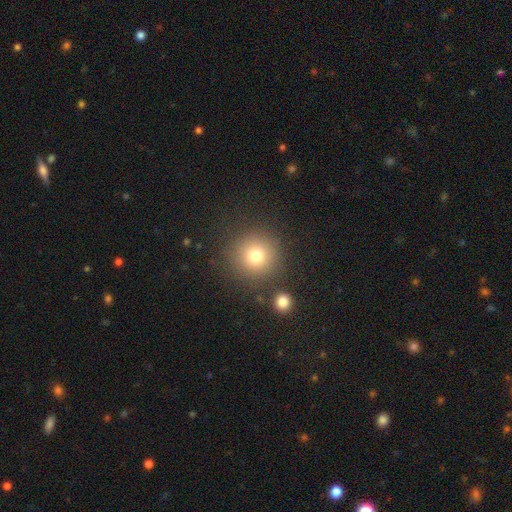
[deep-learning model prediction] Smooth or featured? Predicted: smooth (p=0.78). How rounded? Predicted: round (p=0.94). Merging? Predicted: none (p=0.84).